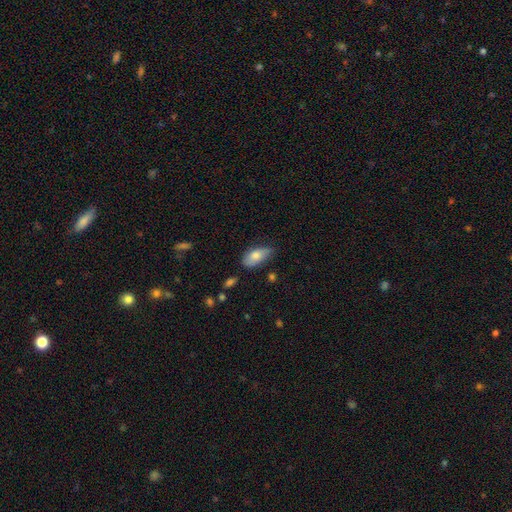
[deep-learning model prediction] Overall: smooth (76%). How rounded: in between (91%). Merging: none (58%; minor disturbance 34%).